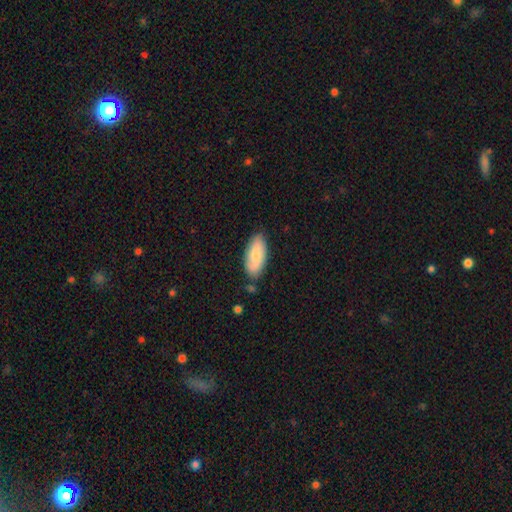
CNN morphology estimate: Q: Smooth or featured?
A: smooth (71%); runner-up: featured or disk (23%)
Q: How rounded?
A: in between (86%); runner-up: cigar-shaped (12%)
Q: Merging?
A: none (76%); runner-up: minor disturbance (18%)